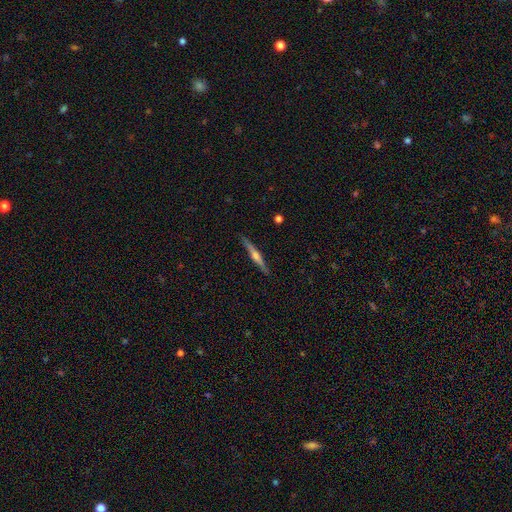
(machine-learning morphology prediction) featured or disk 74%, smooth 20%, star or artifact 6%. Down the decision tree: edge-on disk — yes (98%); edge-on bulge — rounded (87%); merging — none (90%).